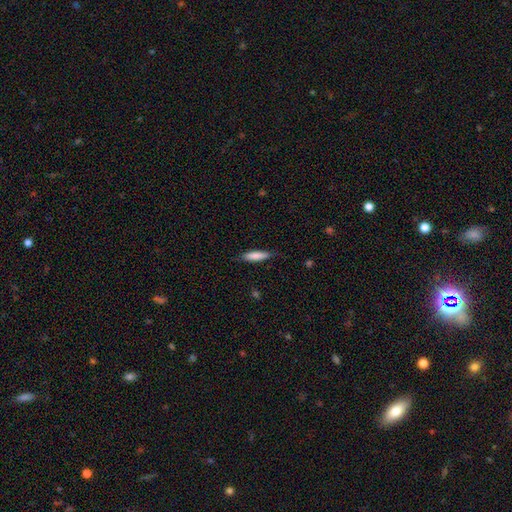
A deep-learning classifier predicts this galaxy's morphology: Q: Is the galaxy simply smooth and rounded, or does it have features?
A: smooth — 81%.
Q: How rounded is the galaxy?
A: cigar-shaped — 72%.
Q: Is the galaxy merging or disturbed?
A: none — 79%.